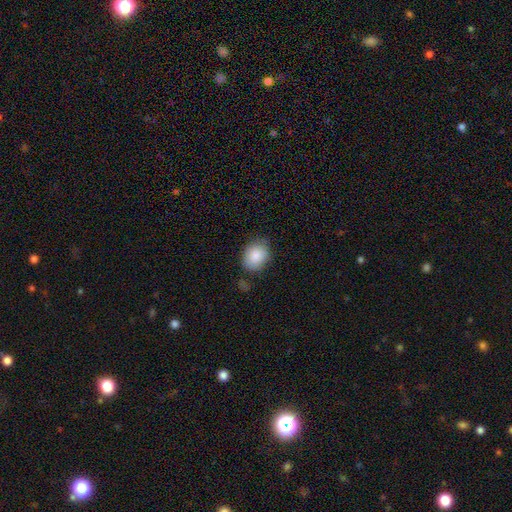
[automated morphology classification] smooth-or-featured: smooth: 87% | star or artifact: 7% | featured or disk: 6%
  how-rounded: in between: 53% | round: 47% | cigar-shaped: 1%
  merging: none: 75% | minor disturbance: 18% | major disturbance: 4% | merger: 3%